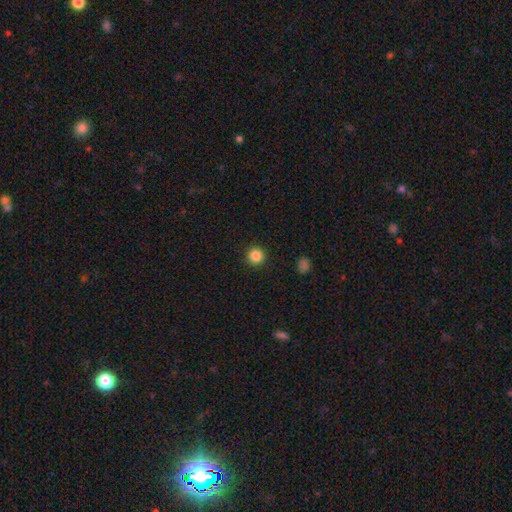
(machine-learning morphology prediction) smooth 86%, star or artifact 10%, featured or disk 4%. Down the decision tree: how rounded — round (95%); merging — none (92%).